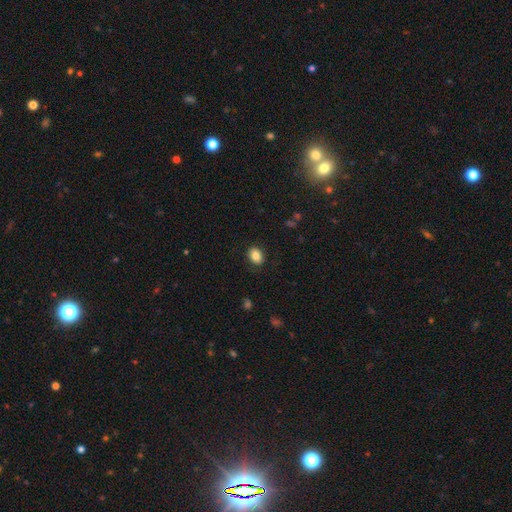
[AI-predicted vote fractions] A smooth galaxy with no disk features (85%) that is in between round and cigar-shaped (66%).

Vote fractions:
- Smooth or featured? smooth: 85% / star or artifact: 9% / featured or disk: 7%
- How rounded? in between: 66% / round: 33% / cigar-shaped: 1%
- Merging? none: 86% / minor disturbance: 10% / major disturbance: 3% / merger: 1%